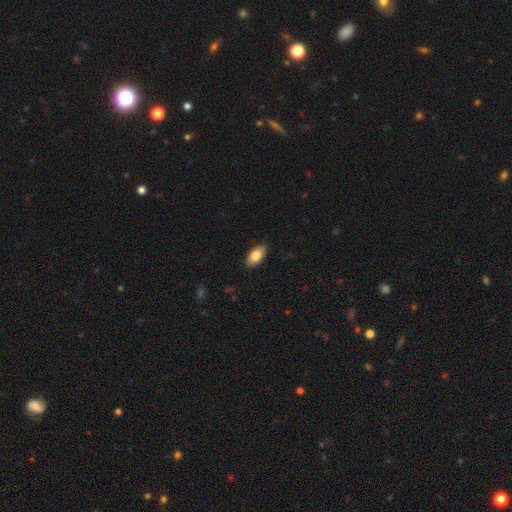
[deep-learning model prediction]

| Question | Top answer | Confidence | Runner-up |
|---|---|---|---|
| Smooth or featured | smooth | 81% | featured or disk (13%) |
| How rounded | in between | 93% | round (4%) |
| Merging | none | 88% | minor disturbance (9%) |